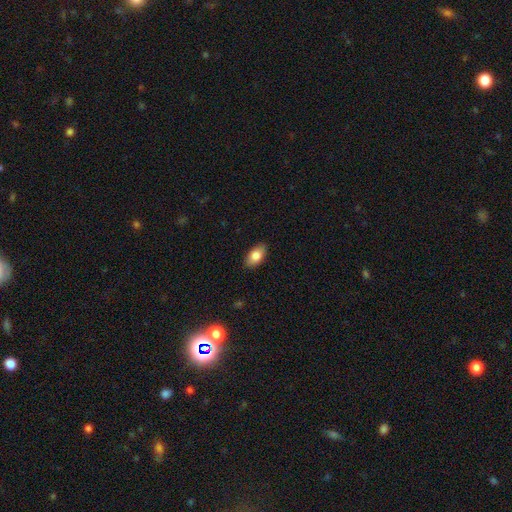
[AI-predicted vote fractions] Smooth or featured? Predicted: smooth (p=0.82). How rounded? Predicted: in between (p=0.93). Merging? Predicted: none (p=0.88).